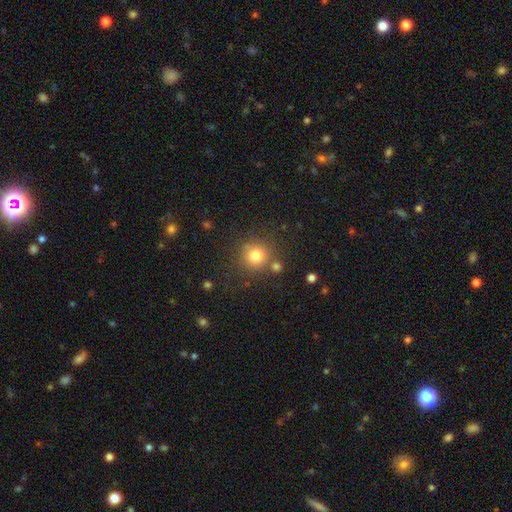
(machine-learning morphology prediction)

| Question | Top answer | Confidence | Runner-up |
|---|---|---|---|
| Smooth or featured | smooth | 79% | star or artifact (13%) |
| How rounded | round | 92% | in between (7%) |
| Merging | none | 76% | merger (10%) |